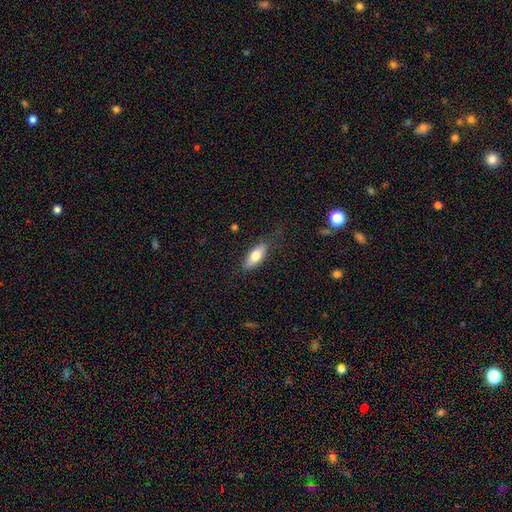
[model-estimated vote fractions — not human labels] Smooth or featured? Predicted: smooth (p=0.72). How rounded? Predicted: in between (p=0.76). Merging? Predicted: none (p=0.78).